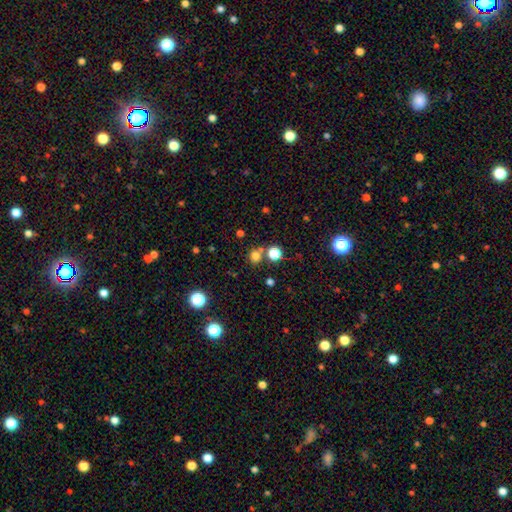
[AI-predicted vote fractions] Overall: smooth (73%). How rounded: round (84%). Merging: none (70%).